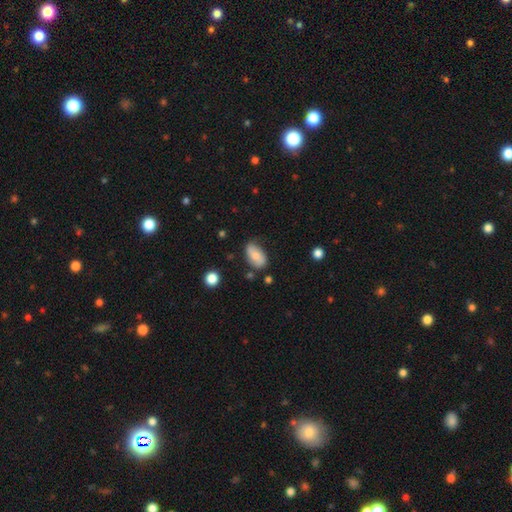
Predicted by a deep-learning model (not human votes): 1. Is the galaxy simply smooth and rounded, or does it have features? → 64% smooth, 28% featured or disk, 7% star or artifact.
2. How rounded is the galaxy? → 92% in between, 6% round, 2% cigar-shaped.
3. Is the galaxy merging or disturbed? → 59% none, 30% minor disturbance, 7% major disturbance, 3% merger.